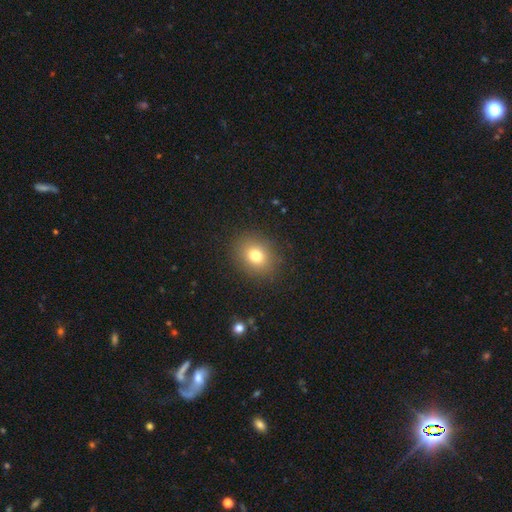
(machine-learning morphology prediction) A smooth galaxy with no disk features (78%) that is round (60%). Merging: none (89%).